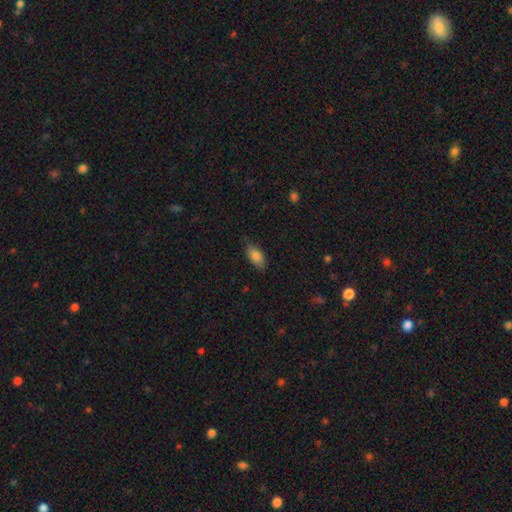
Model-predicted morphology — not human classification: smooth_or_featured: smooth (p=0.81) [alt: featured or disk p=0.12]
how_rounded: in between (p=0.90) [alt: cigar-shaped p=0.07]
merging: none (p=0.76) [alt: minor disturbance p=0.19]